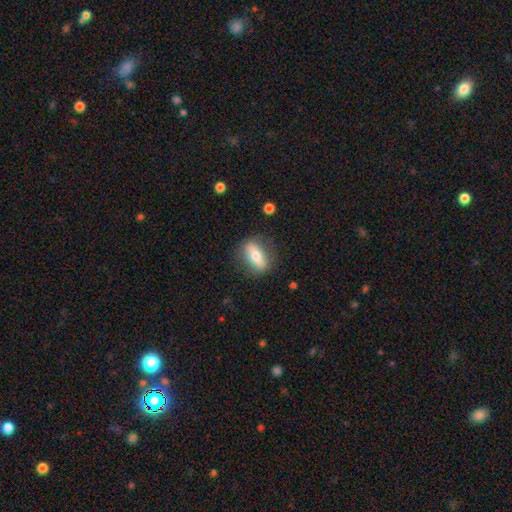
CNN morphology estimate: smooth-or-featured: smooth: 52% | featured or disk: 41% | star or artifact: 7%
  how-rounded: in between: 68% | cigar-shaped: 20% | round: 11%
  merging: none: 80% | minor disturbance: 14% | major disturbance: 5% | merger: 2%